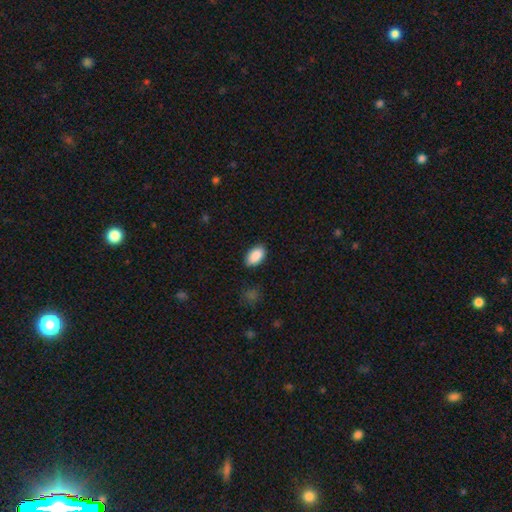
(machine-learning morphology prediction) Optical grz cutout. It shows a smooth galaxy with no disk features (90%) that is in between round and cigar-shaped (94%). Merging: none (86%).